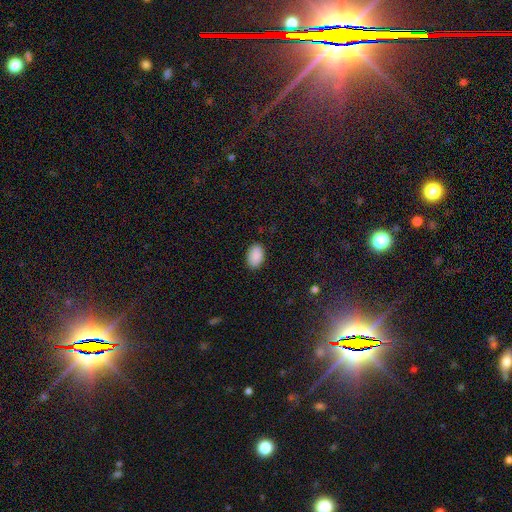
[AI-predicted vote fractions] This is clearly a smooth galaxy (90%). How rounded: clearly in between (92%). Merging: clearly none (88%).